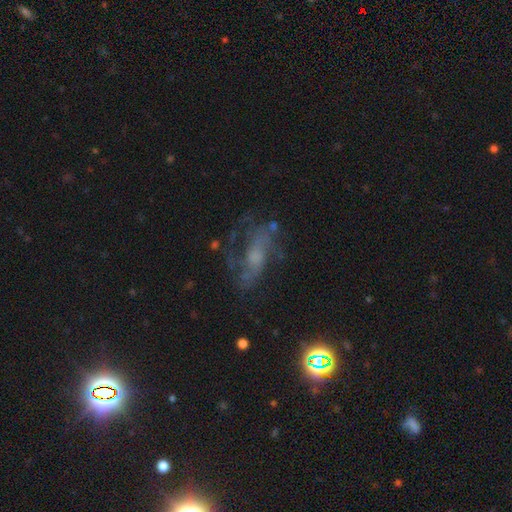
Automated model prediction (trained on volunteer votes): A featured or disk galaxy (62%) with no bar (64%), spiral arms (71%) and a moderate central bulge (31%, tied with small). Merging: none (55%).